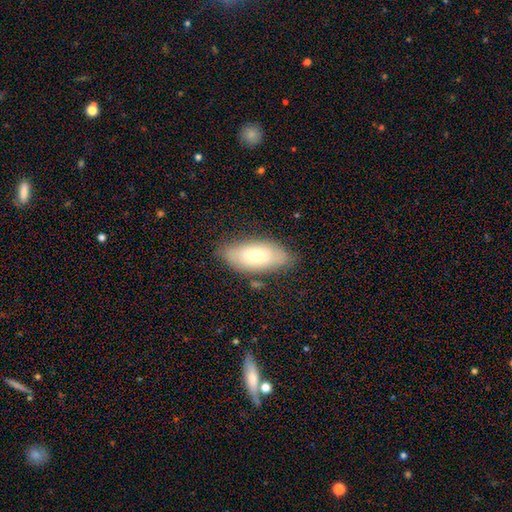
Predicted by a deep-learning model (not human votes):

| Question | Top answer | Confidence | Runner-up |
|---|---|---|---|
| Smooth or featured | smooth | 70% | featured or disk (23%) |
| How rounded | in between | 88% | cigar-shaped (9%) |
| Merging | none | 77% | minor disturbance (16%) |